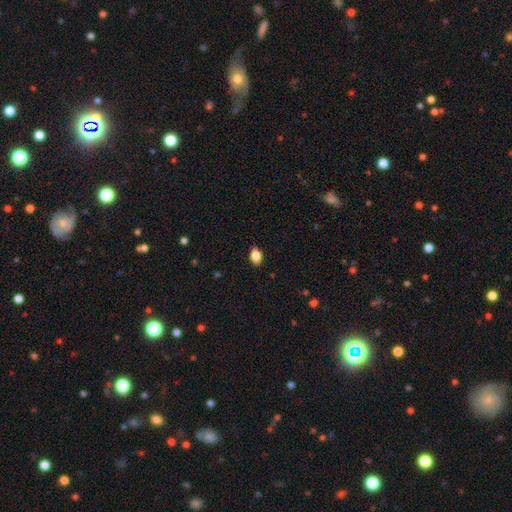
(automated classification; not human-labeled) smooth 86%, star or artifact 8%, featured or disk 5%. Down the decision tree: how rounded — in between (87%); merging — none (88%).